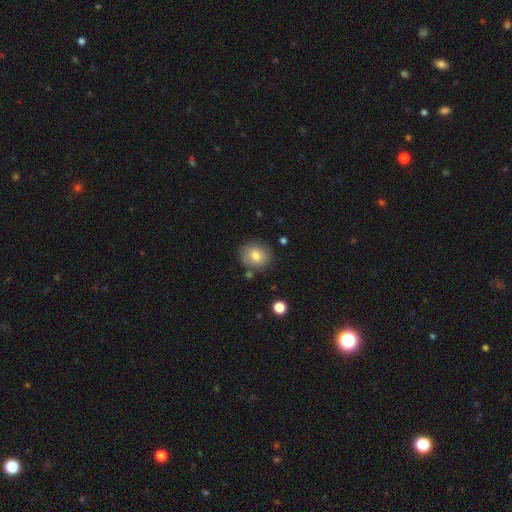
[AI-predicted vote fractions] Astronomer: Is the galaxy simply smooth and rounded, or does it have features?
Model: smooth — 78%.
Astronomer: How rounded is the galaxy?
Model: round — 77%.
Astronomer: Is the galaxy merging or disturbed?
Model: none — 82%.